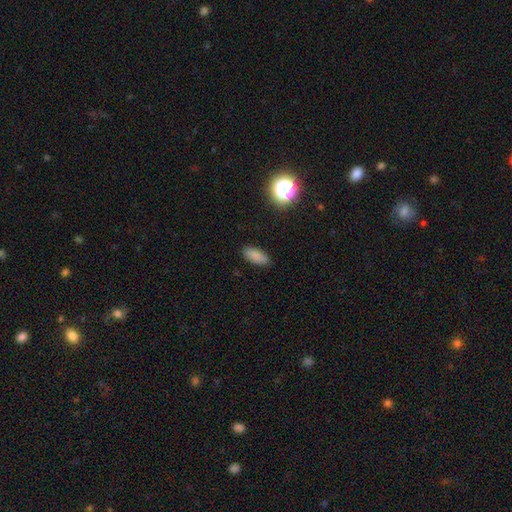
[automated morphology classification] Smooth or featured? smooth (84%)
How rounded? in between (84%)
Merging? none (87%)